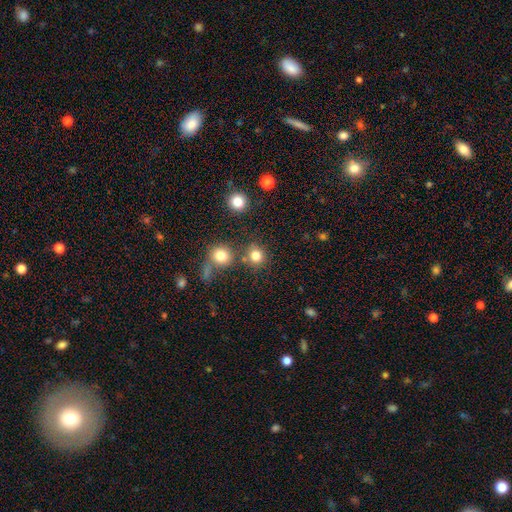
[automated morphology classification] Smooth or featured? smooth (80%)
How rounded? round (87%)
Merging? none (73%)